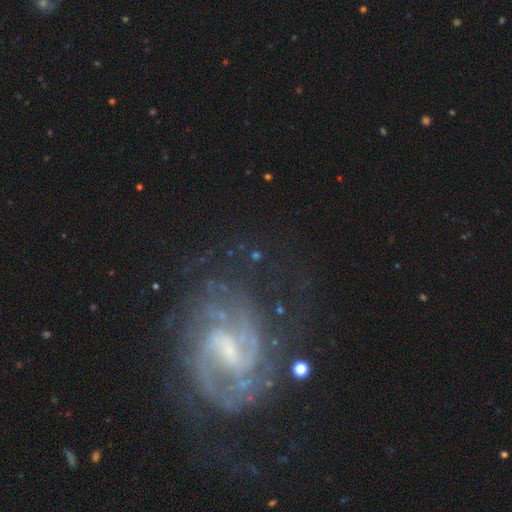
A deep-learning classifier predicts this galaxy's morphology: Smooth or featured?
  - featured or disk: 56% *
  - star or artifact: 24%
  - smooth: 19%
Edge-on disk?
  - no: 94% *
  - yes: 6%
Bar?
  - no: 49% *
  - weak: 32%
  - strong: 18%
Spiral arms?
  - yes: 72% *
  - no: 28%
Bulge size?
  - small: 53% *
  - moderate: 22%
  - none: 19%
  - large: 4%
  - dominant: 3%
Merging?
  - none: 60% *
  - major disturbance: 19%
  - minor disturbance: 16%
  - merger: 6%